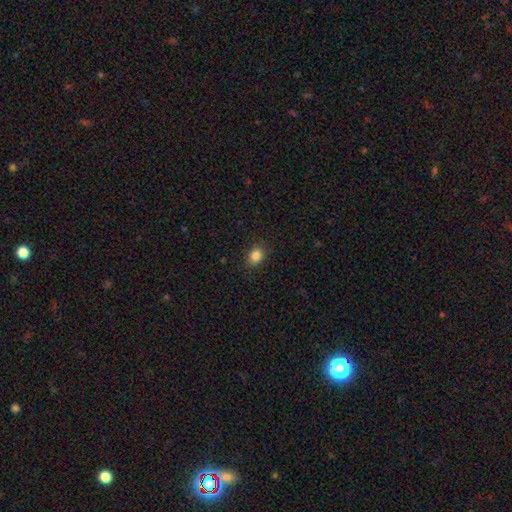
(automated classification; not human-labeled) This is clearly a smooth galaxy (85%). How rounded: possibly in between (51%). Merging: clearly none (87%).